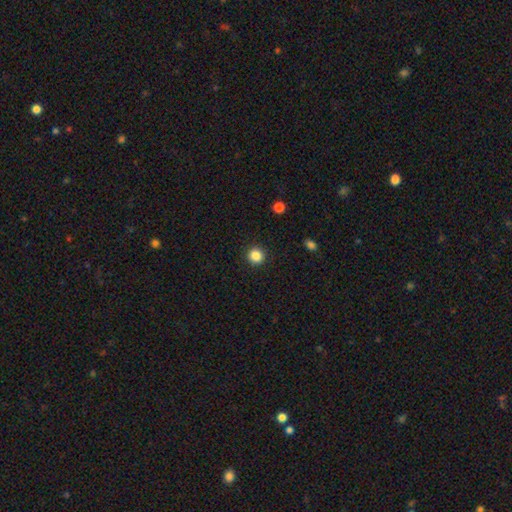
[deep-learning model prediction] smooth 86%, star or artifact 11%, featured or disk 4%. Down the decision tree: how rounded — round (93%); merging — none (92%).